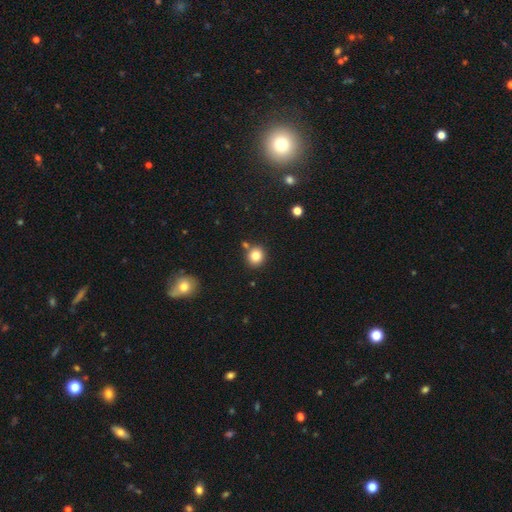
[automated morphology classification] smooth-or-featured: smooth: 82% | star or artifact: 11% | featured or disk: 7%
  how-rounded: round: 87% | in between: 12% | cigar-shaped: 1%
  merging: none: 80% | merger: 9% | minor disturbance: 8% | major disturbance: 2%